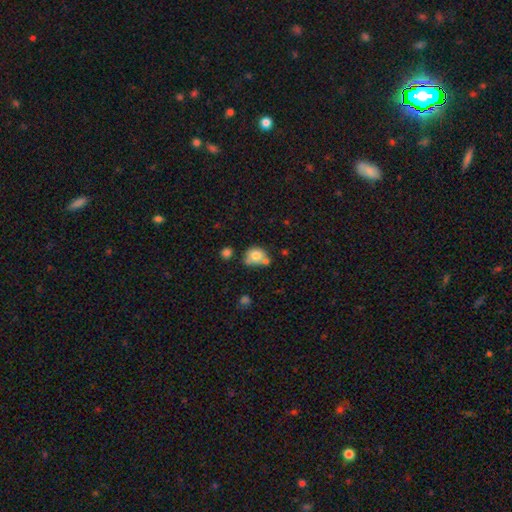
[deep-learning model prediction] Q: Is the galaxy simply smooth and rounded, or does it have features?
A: smooth — 76%.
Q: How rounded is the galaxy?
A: round — 63%.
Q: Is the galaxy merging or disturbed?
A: none — 43%.